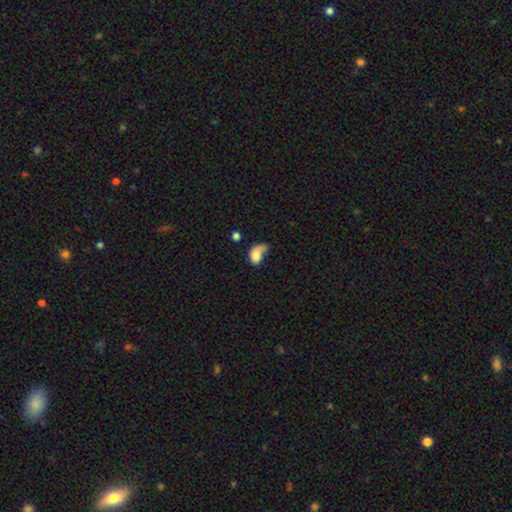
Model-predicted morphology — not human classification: Smooth or featured? smooth (72%)
How rounded? in between (76%)
Merging? major disturbance (39%)